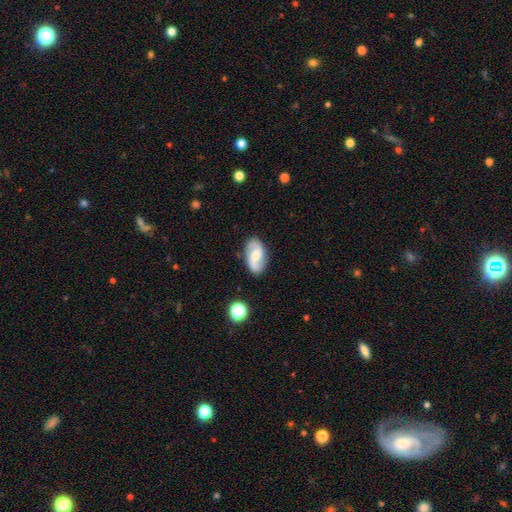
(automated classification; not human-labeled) Q: Smooth or featured?
A: featured or disk (68%); runner-up: smooth (26%)
Q: Edge-on disk?
A: no (96%); runner-up: yes (4%)
Q: Bar?
A: no (50%); runner-up: weak (39%)
Q: Spiral arms?
A: yes (93%); runner-up: no (7%)
Q: Spiral winding?
A: medium (43%); runner-up: loose (38%)
Q: Spiral arm count?
A: 2 (89%); runner-up: can't tell (6%)
Q: Bulge size?
A: moderate (47%); runner-up: small (45%)
Q: Merging?
A: none (82%); runner-up: minor disturbance (13%)